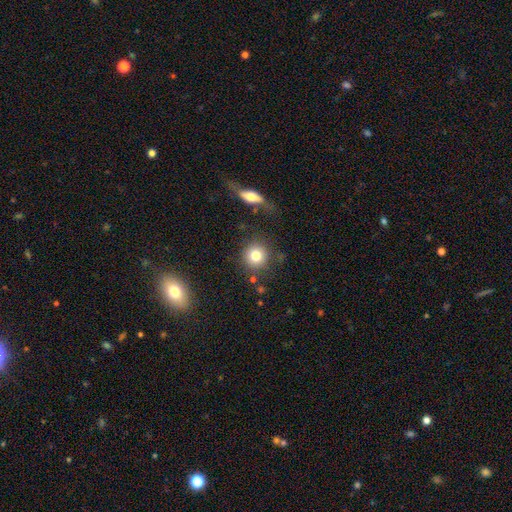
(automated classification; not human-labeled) Overall: smooth (81%). How rounded: round (90%). Merging: none (81%).